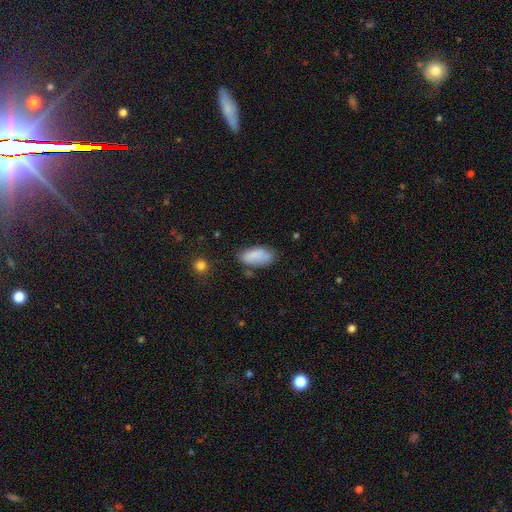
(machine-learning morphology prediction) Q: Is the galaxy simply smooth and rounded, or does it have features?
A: smooth — 83%.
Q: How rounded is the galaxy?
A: in between — 91%.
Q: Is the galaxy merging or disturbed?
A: none — 65%.